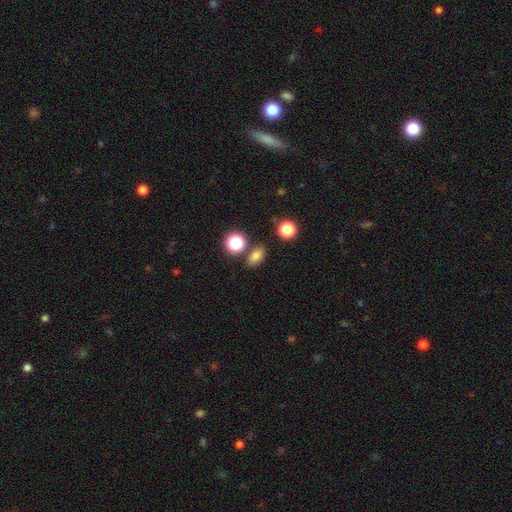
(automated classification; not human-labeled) Smooth or featured? Predicted: smooth (p=0.77). How rounded? Predicted: in between (p=0.74). Merging? Predicted: none (p=0.79).